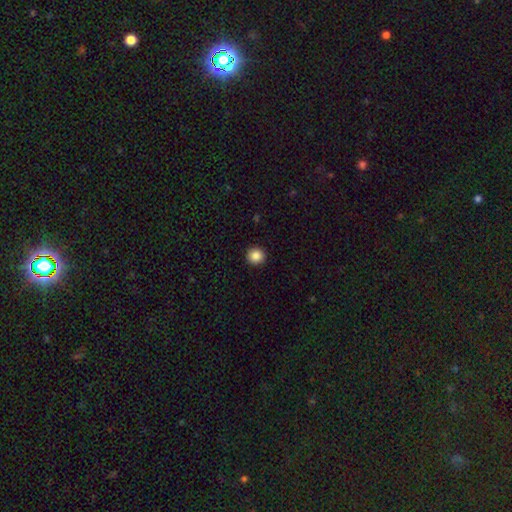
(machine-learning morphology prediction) This appears to be a smooth galaxy with no disk features (86%) that is round (93%). Merging: none (93%).